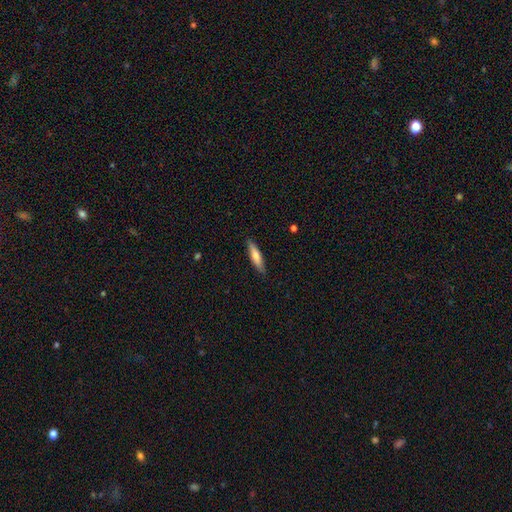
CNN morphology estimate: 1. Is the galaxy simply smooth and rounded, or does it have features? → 70% smooth, 24% featured or disk, 6% star or artifact.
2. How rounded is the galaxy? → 77% cigar-shaped, 21% in between, 2% round.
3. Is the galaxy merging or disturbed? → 87% none, 10% minor disturbance, 2% major disturbance, 1% merger.